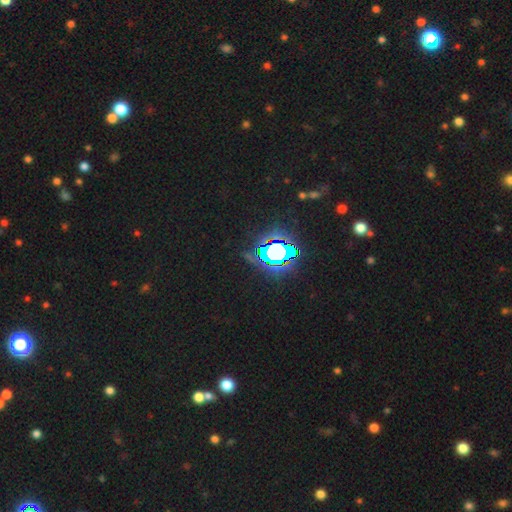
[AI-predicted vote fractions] This is likely a star or artifact rather than a galaxy (79%).